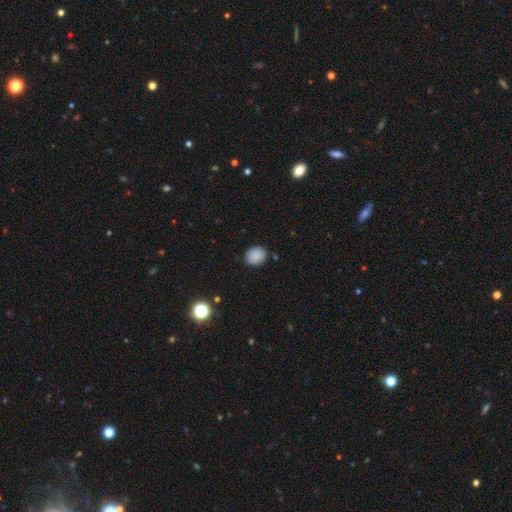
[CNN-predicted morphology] This is clearly a smooth galaxy (84%). How rounded: likely round (70%). Merging: clearly none (87%).